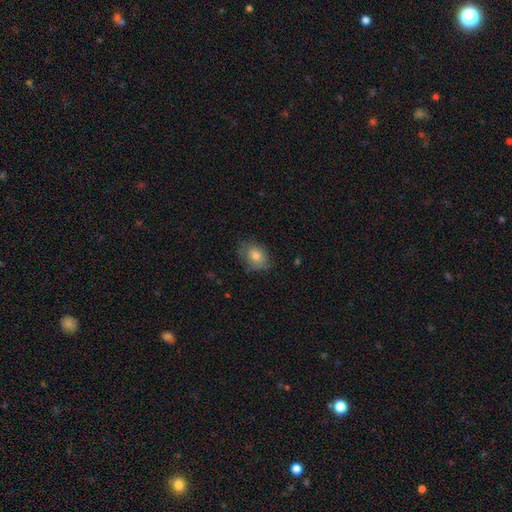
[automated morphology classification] smooth_or_featured: smooth (p=0.77) [alt: featured or disk p=0.14]
how_rounded: in between (p=0.69) [alt: round p=0.30]
merging: none (p=0.72) [alt: minor disturbance p=0.22]